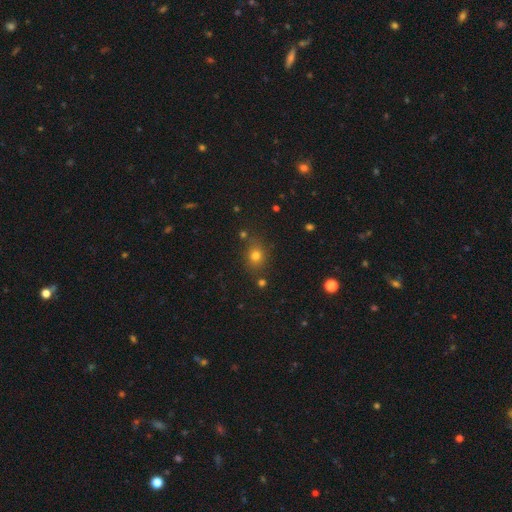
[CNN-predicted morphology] This is likely a smooth galaxy (75%). How rounded: likely round (64%). Merging: likely none (79%).